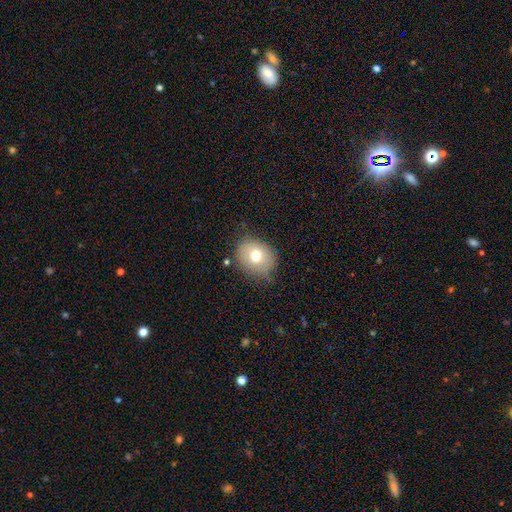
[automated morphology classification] Q: Smooth or featured?
A: smooth (71%); runner-up: featured or disk (18%)
Q: How rounded?
A: round (63%); runner-up: in between (36%)
Q: Merging?
A: none (70%); runner-up: minor disturbance (22%)